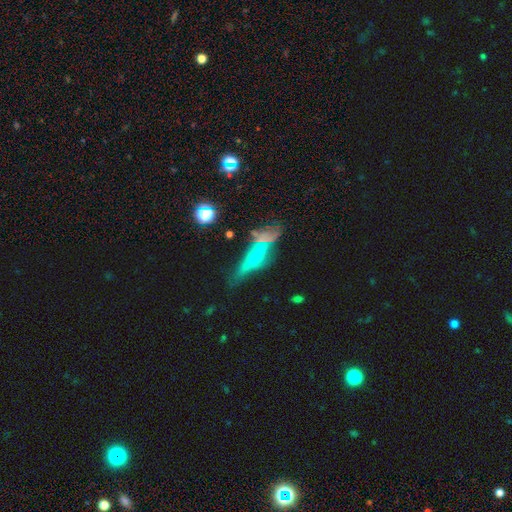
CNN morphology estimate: Overall: featured or disk (49%; smooth 38%). Merging: none (53%; minor disturbance 22%).